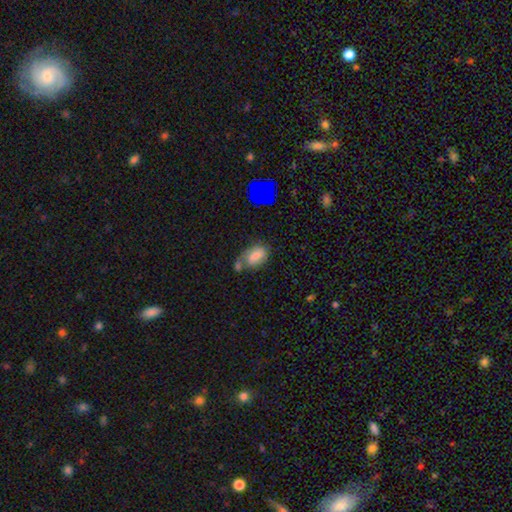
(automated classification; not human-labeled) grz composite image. It shows a smooth galaxy with no disk features (70%) that is in between round and cigar-shaped (89%). Merging: none (41%).